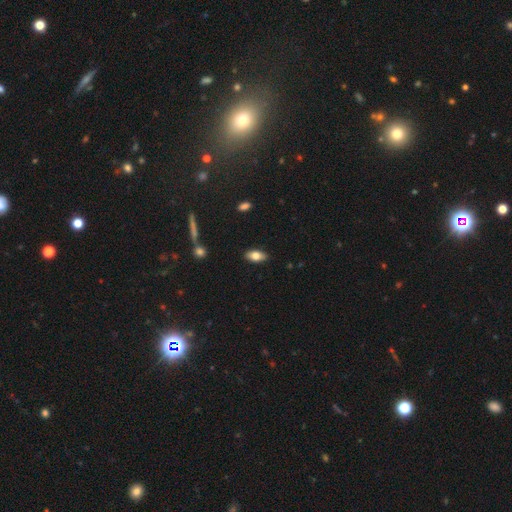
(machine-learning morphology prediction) A smooth galaxy with no disk features (76%) that is in between round and cigar-shaped (88%). Merging: none (87%).